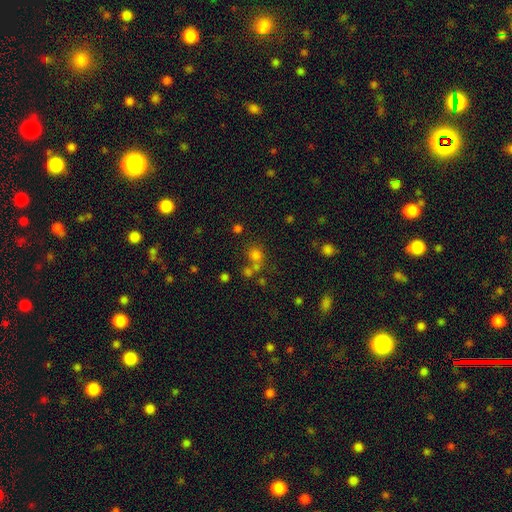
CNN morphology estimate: smooth_or_featured: smooth (p=0.68) [alt: star or artifact p=0.22]
how_rounded: round (p=0.78) [alt: in between p=0.21]
merging: none (p=0.56) [alt: merger p=0.28]